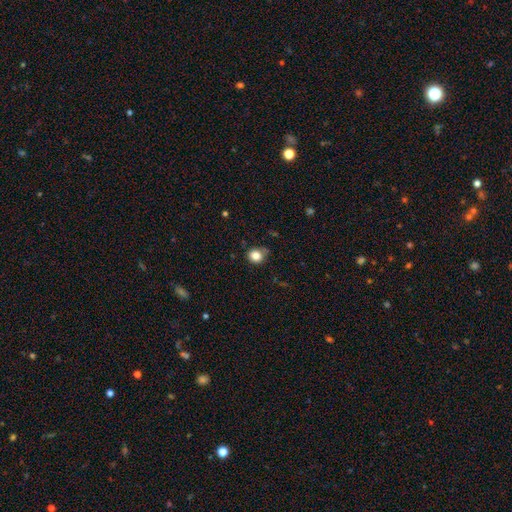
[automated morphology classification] type=smooth (83%); roundness=round (80%); merging=none (74%).